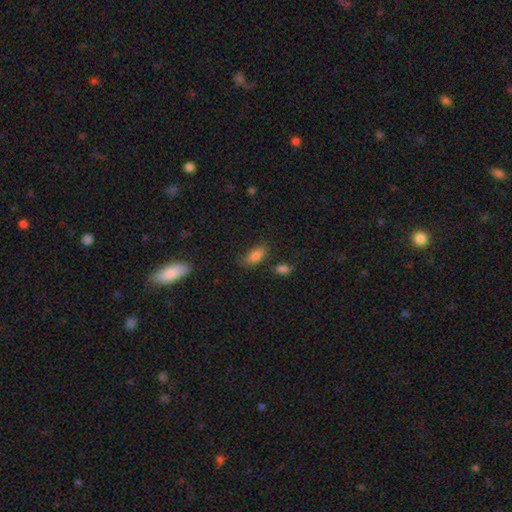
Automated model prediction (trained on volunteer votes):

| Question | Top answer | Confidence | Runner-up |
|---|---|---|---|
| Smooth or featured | smooth | 83% | star or artifact (9%) |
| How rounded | in between | 88% | cigar-shaped (8%) |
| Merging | none | 66% | minor disturbance (22%) |